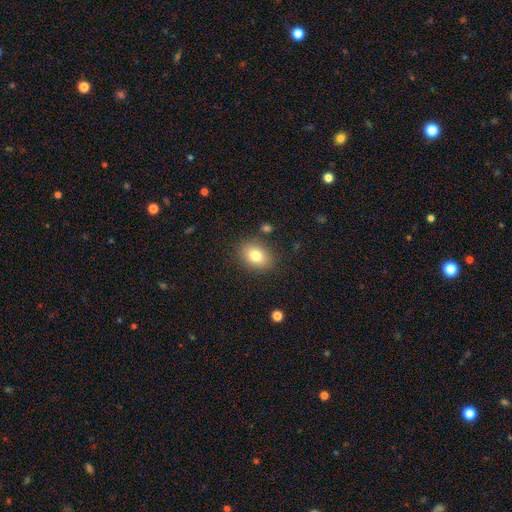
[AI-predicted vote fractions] Smooth or featured? smooth (80%)
How rounded? in between (69%)
Merging? none (82%)